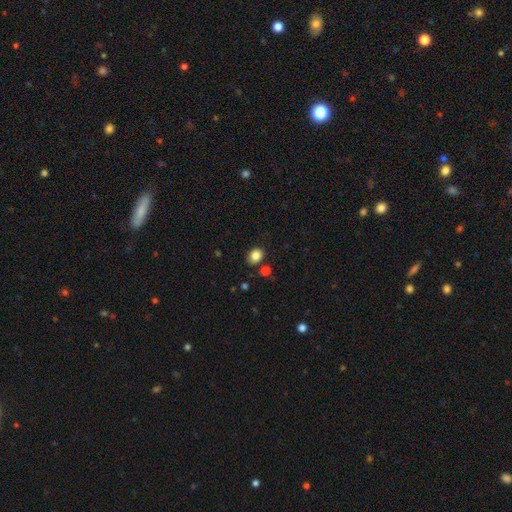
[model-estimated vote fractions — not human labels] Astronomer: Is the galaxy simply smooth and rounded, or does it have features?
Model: smooth — 85%.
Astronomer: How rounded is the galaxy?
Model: round — 52% (runner-up: in between, 47%).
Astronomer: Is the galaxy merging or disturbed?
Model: none — 81%.